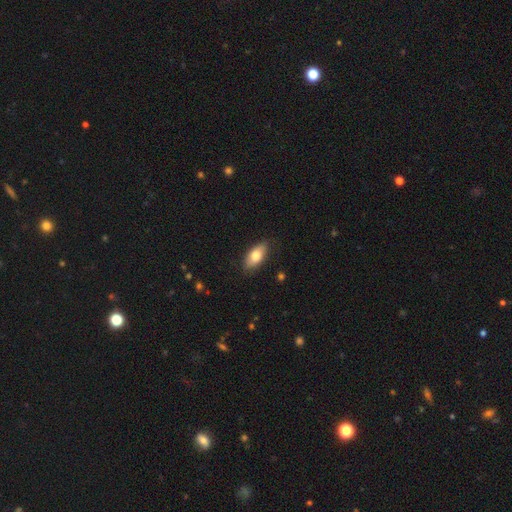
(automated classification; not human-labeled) smooth 76%, featured or disk 18%, star or artifact 6%. Down the decision tree: how rounded — in between (88%); merging — none (83%).